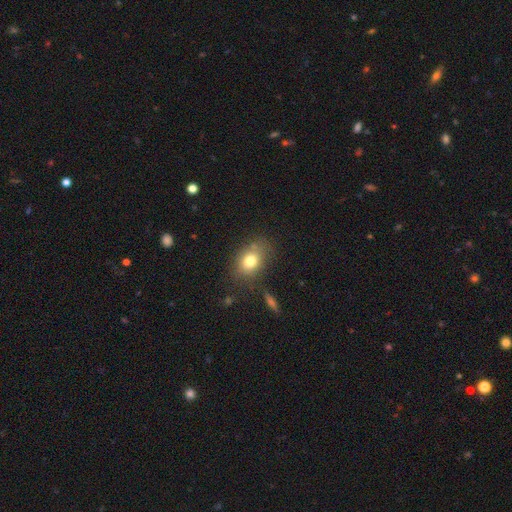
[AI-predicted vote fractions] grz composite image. It shows a smooth galaxy with no disk features (70%) that is in between round and cigar-shaped (71%). Merging: none (82%).